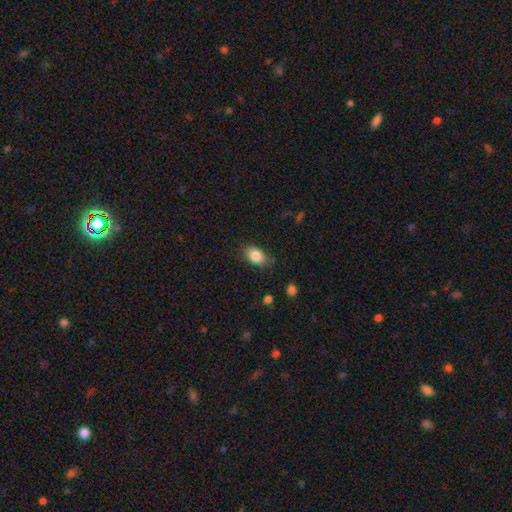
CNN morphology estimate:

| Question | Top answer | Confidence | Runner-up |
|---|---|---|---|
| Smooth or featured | smooth | 85% | star or artifact (8%) |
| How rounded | in between | 86% | round (12%) |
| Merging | none | 78% | minor disturbance (17%) |